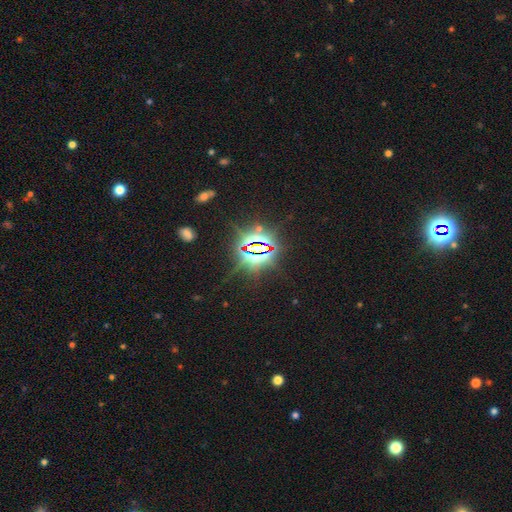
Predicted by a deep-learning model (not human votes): smooth_or_featured: star or artifact (p=0.84) [alt: featured or disk p=0.08]